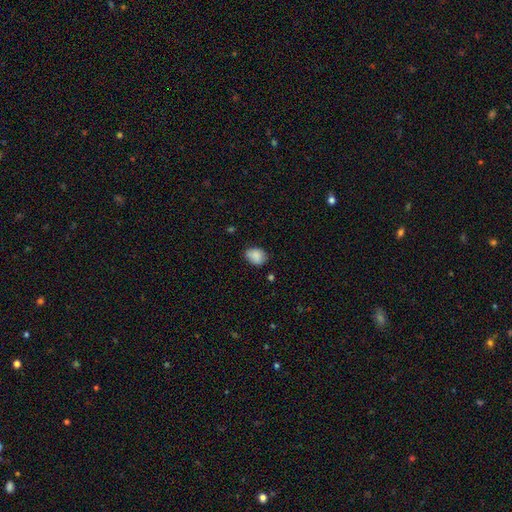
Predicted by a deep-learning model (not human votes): smooth 86%, star or artifact 8%, featured or disk 6%. Down the decision tree: how rounded — in between (67%); merging — none (73%).